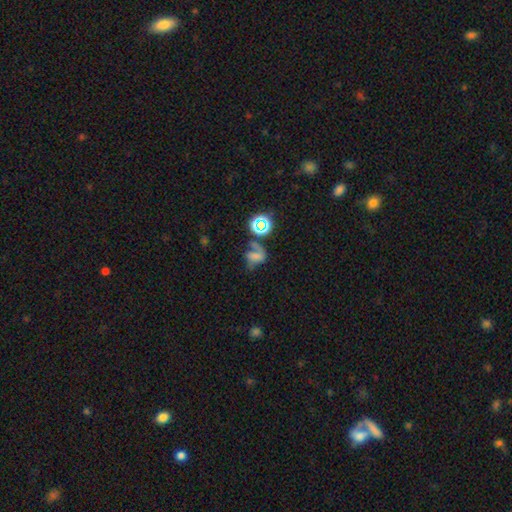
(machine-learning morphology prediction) smooth_or_featured: smooth (p=0.44) [alt: featured or disk p=0.31]
merging: none (p=0.32) [alt: major disturbance p=0.29]